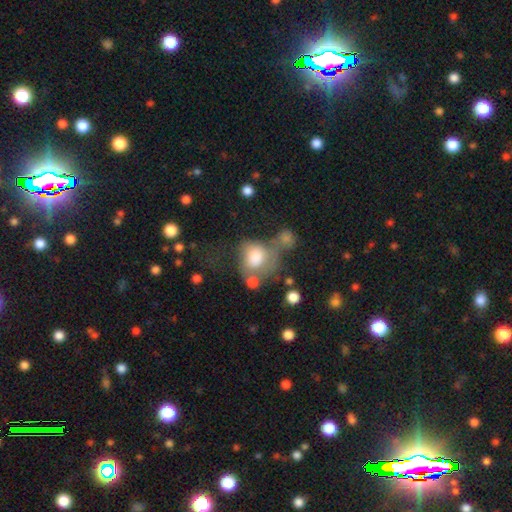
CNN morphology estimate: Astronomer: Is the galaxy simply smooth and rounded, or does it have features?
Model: smooth — 69%.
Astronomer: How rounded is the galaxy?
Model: round — 61% (runner-up: in between, 38%).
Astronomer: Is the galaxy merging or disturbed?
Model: merger — 33% (runner-up: major disturbance, 27%).